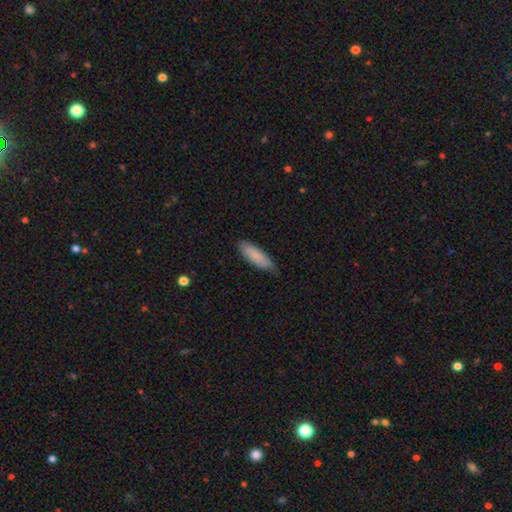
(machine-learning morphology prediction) The model was most divided on "how rounded": in between: 51%, cigar-shaped: 48%, round: 1%. More confident: smooth or featured — smooth (84%); merging — none (78%).